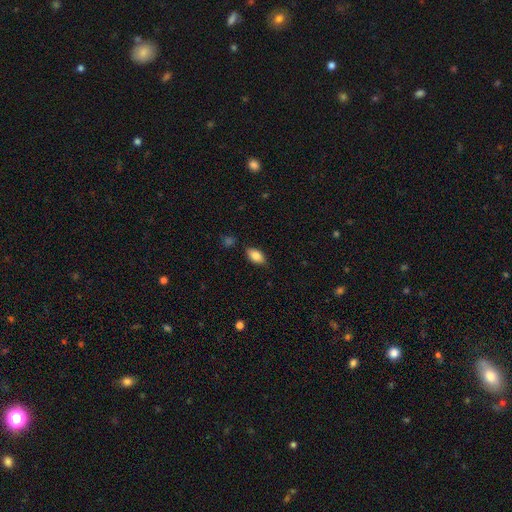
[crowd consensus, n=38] smooth 87%, star or artifact 8%, featured or disk 5%. Down the decision tree: how rounded — in between (88%); merging — none (83%).